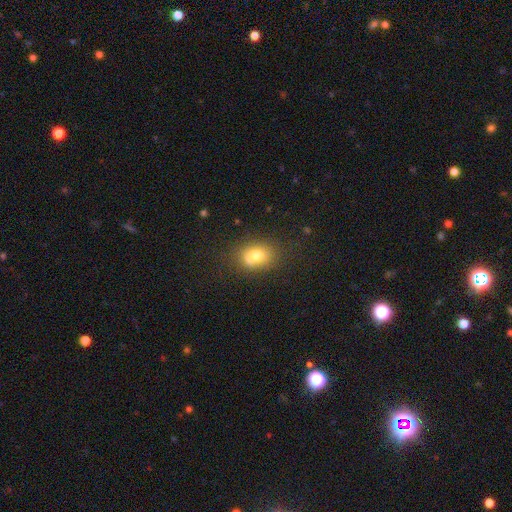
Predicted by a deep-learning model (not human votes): Smooth or featured: smooth — 71% (featured or disk — 18%)
How rounded: in between — 57% (round — 42%)
Merging: none — 61% (minor disturbance — 22%)